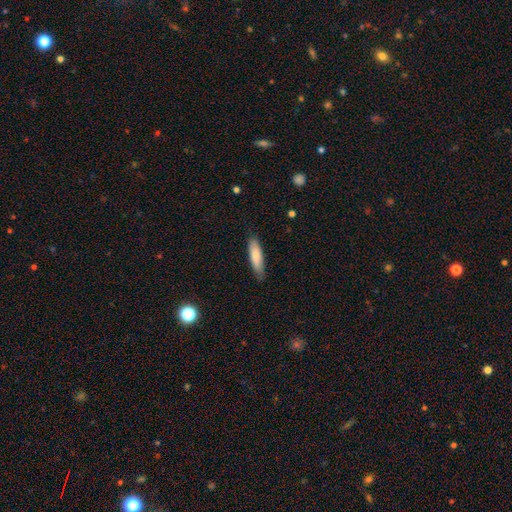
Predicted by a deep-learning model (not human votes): Smooth or featured? smooth (78%)
How rounded? cigar-shaped (67%)
Merging? none (82%)